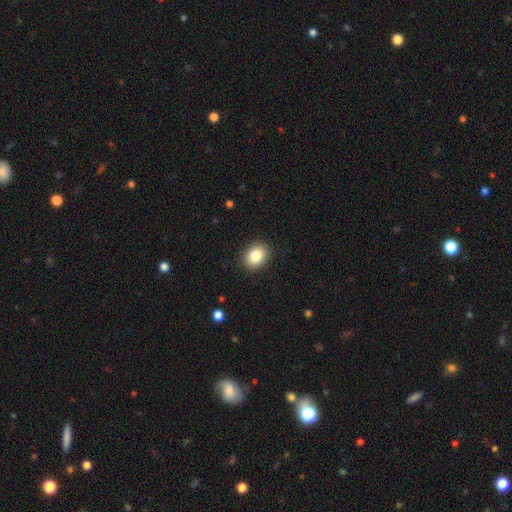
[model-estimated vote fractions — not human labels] This is clearly a smooth galaxy (85%). How rounded: possibly in between (58%). Merging: clearly none (90%).